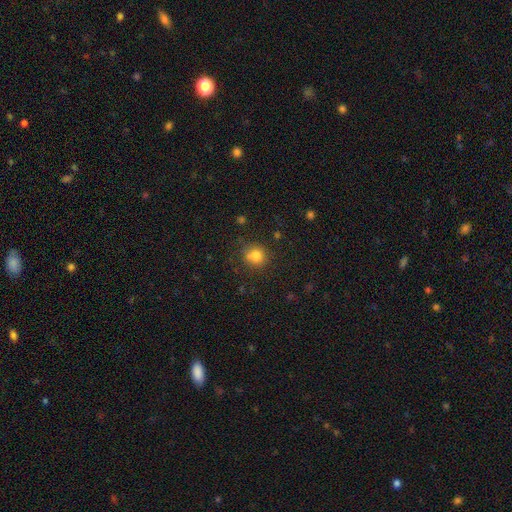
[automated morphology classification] Smooth or featured: smooth — 81% (star or artifact — 12%)
How rounded: round — 84% (in between — 15%)
Merging: none — 77% (minor disturbance — 14%)